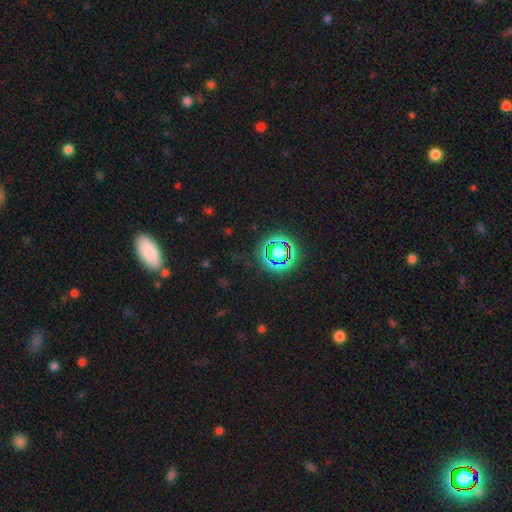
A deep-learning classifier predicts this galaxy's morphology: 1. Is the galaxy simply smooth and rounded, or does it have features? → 67% star or artifact, 25% smooth, 9% featured or disk.